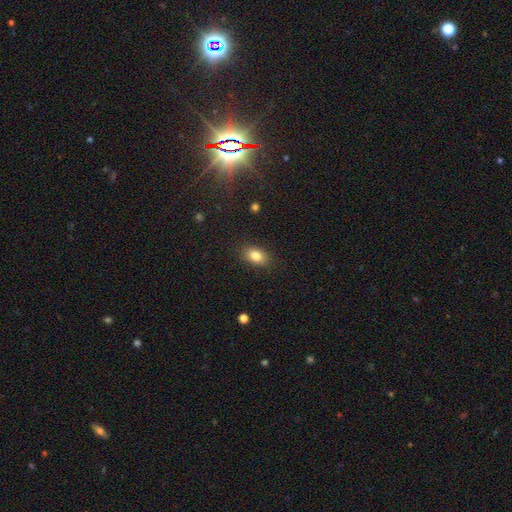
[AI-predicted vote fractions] The model was most divided on "smooth or featured": smooth: 83%, star or artifact: 9%, featured or disk: 9%. More confident: merging — none (86%); how rounded — in between (86%).